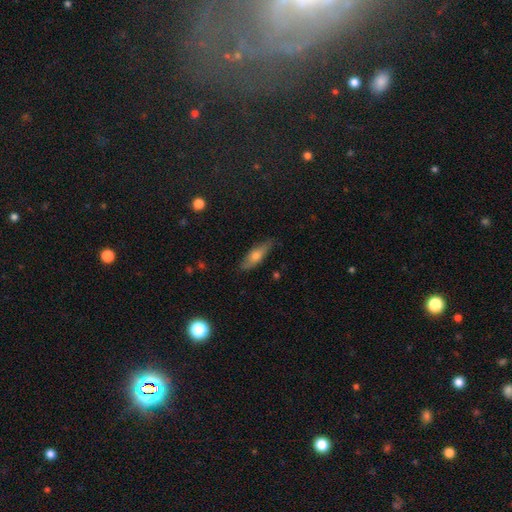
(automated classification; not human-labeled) This is possibly a smooth galaxy (59%). How rounded: possibly cigar-shaped (54%). Merging: likely none (79%).